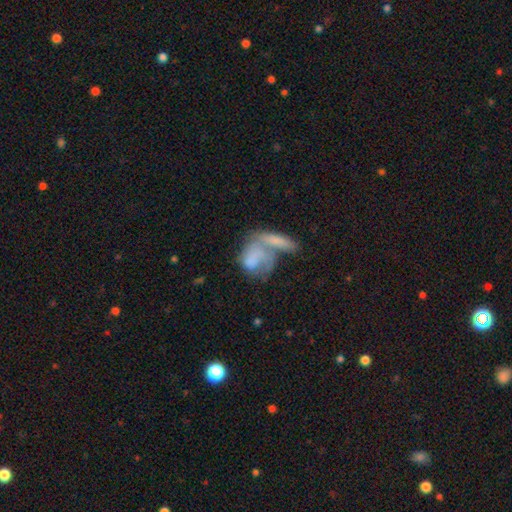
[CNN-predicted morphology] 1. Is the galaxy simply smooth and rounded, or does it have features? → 58% smooth, 33% featured or disk, 8% star or artifact.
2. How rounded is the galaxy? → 72% in between, 21% round, 7% cigar-shaped.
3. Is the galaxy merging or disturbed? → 59% merger, 18% none, 14% major disturbance, 9% minor disturbance.